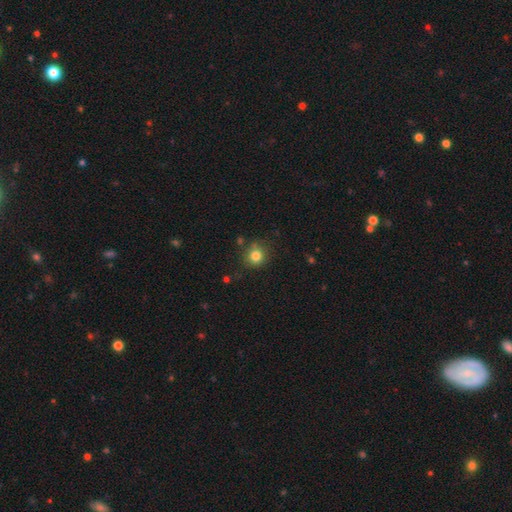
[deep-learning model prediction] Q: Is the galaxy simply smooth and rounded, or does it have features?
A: smooth — 82%.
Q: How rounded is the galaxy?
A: round — 85%.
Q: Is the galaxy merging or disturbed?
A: none — 77%.